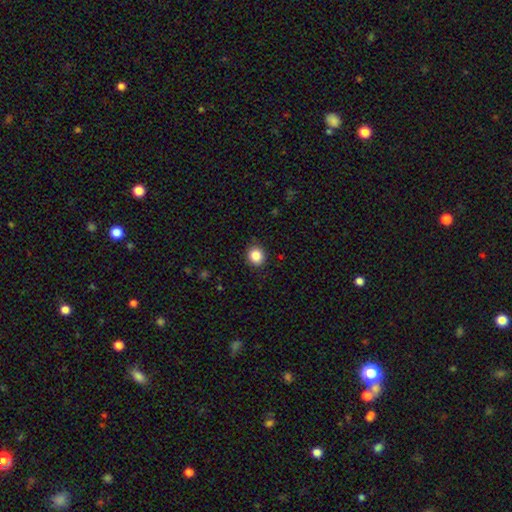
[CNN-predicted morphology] Smooth or featured? Predicted: smooth (p=0.86). How rounded? Predicted: round (p=0.82). Merging? Predicted: none (p=0.89).